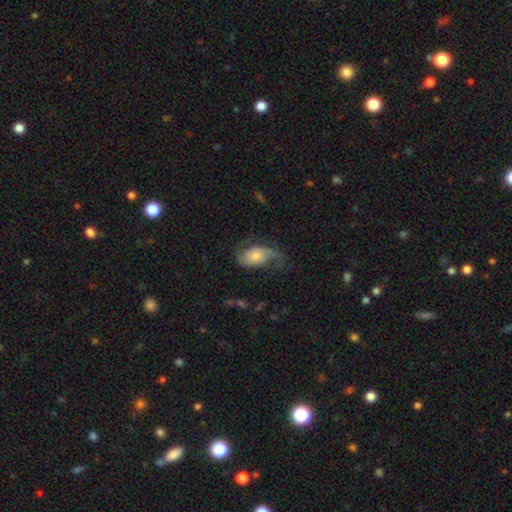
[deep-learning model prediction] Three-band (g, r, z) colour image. It shows a featured or disk galaxy (66%) with no bar (70%), 2 (79%) loose (50%) spiral arms (90%) and a moderate central bulge (42%, tied with small). Merging: none (54%).